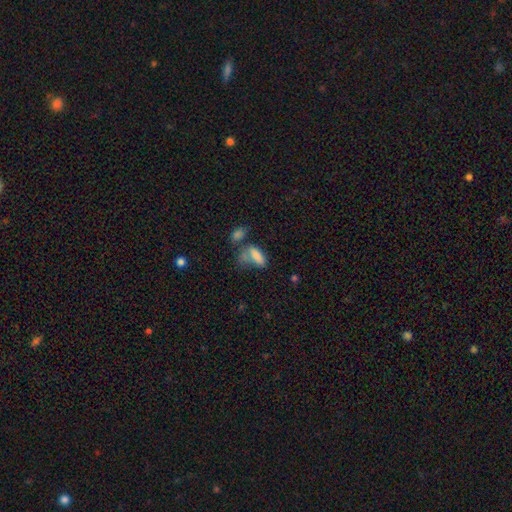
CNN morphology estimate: Overall: smooth (77%). How rounded: in between (81%). Merging: merger (31%; none 28%).